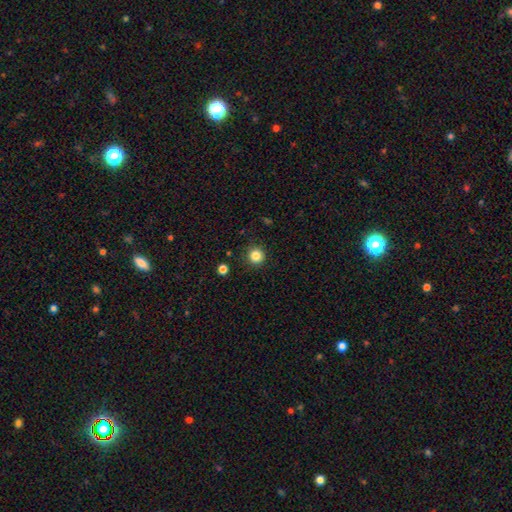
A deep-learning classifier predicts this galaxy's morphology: Q: Smooth or featured?
A: smooth (84%); runner-up: star or artifact (11%)
Q: How rounded?
A: round (95%); runner-up: in between (5%)
Q: Merging?
A: none (90%); runner-up: minor disturbance (6%)